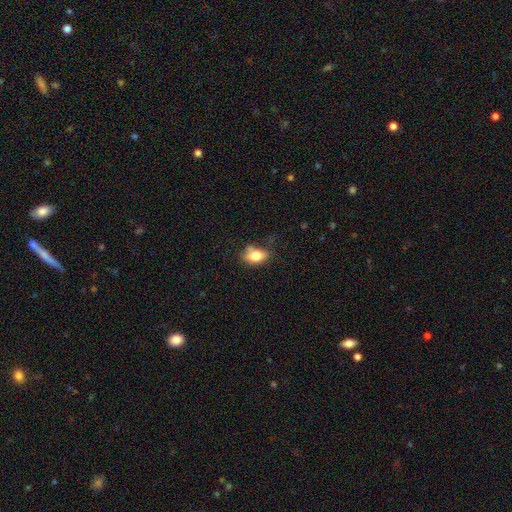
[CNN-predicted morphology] Q: Smooth or featured?
A: smooth (79%); runner-up: featured or disk (13%)
Q: How rounded?
A: in between (83%); runner-up: round (15%)
Q: Merging?
A: none (56%); runner-up: minor disturbance (29%)